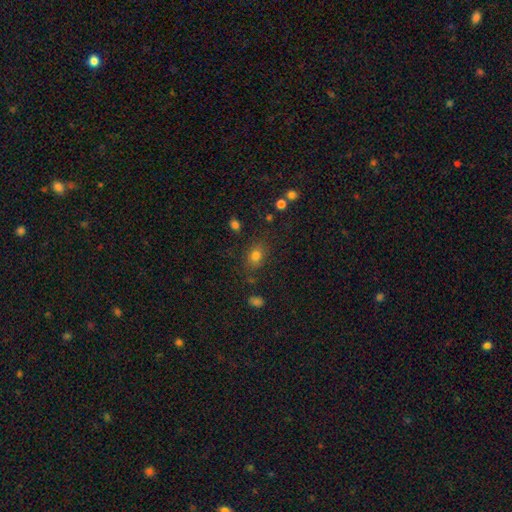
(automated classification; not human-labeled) This is likely a smooth galaxy (78%). How rounded: likely in between (61%). Merging: likely none (77%).